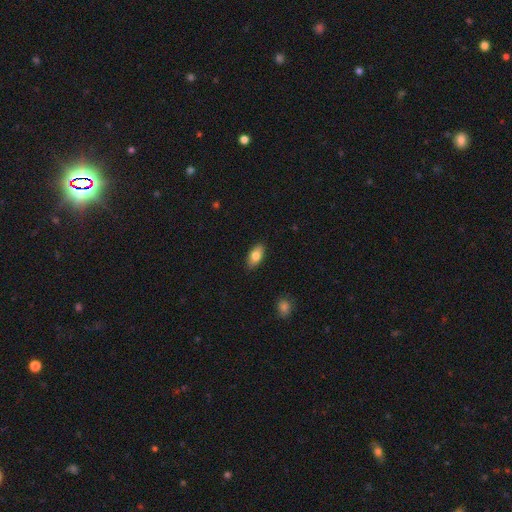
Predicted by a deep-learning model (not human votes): A smooth galaxy with no disk features (78%) that is in between round and cigar-shaped (89%).

Vote fractions:
- Smooth or featured? smooth: 78% / featured or disk: 15% / star or artifact: 7%
- How rounded? in between: 89% / cigar-shaped: 7% / round: 4%
- Merging? none: 88% / minor disturbance: 9% / major disturbance: 2% / merger: 1%